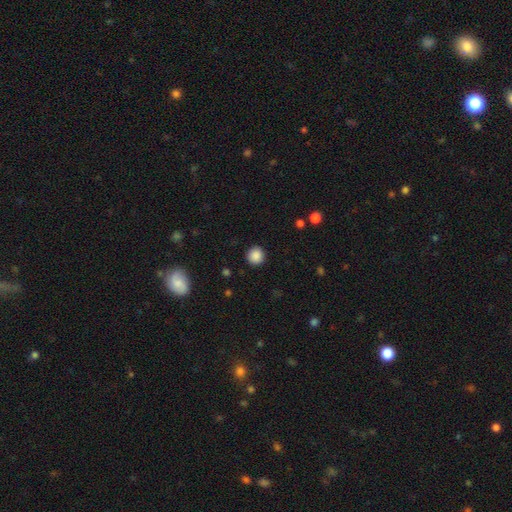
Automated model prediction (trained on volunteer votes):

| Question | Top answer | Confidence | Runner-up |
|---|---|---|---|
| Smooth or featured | smooth | 88% | star or artifact (9%) |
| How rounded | round | 94% | in between (5%) |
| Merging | none | 91% | minor disturbance (6%) |